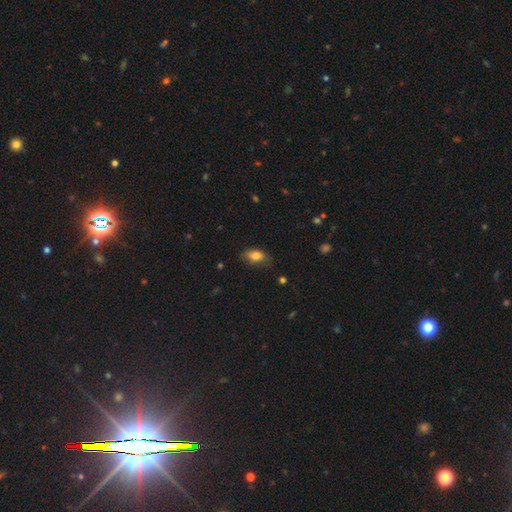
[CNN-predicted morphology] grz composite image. It shows a smooth galaxy with no disk features (80%) that is in between round and cigar-shaped (88%). Merging: none (69%).